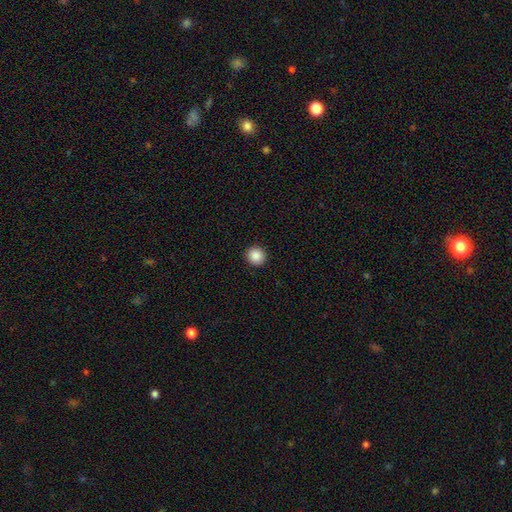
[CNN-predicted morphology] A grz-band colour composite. It shows a smooth galaxy with no disk features (88%) that is round (93%). Merging: none (93%).